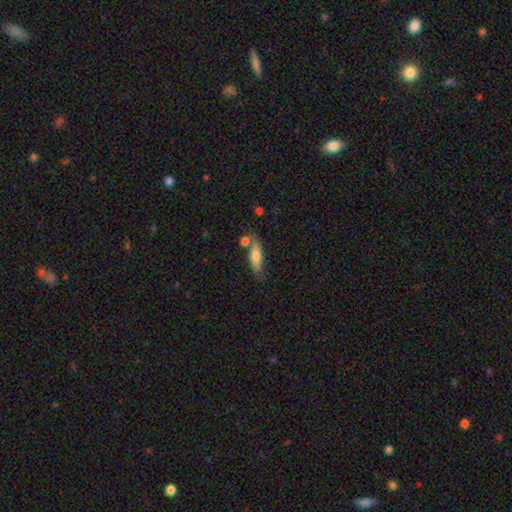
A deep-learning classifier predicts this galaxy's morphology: Q: Smooth or featured?
A: smooth (67%); runner-up: featured or disk (26%)
Q: How rounded?
A: in between (51%); runner-up: cigar-shaped (46%)
Q: Merging?
A: none (60%); runner-up: minor disturbance (19%)